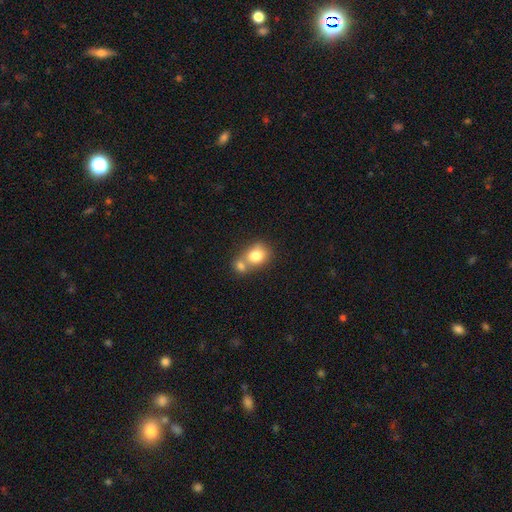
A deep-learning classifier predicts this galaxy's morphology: A smooth galaxy with no disk features (79%) that is round (55%).

Vote fractions:
- Smooth or featured? smooth: 79% / featured or disk: 12% / star or artifact: 9%
- How rounded? round: 55% / in between: 44% / cigar-shaped: 1%
- Merging? merger: 53% / none: 34% / minor disturbance: 9% / major disturbance: 4%